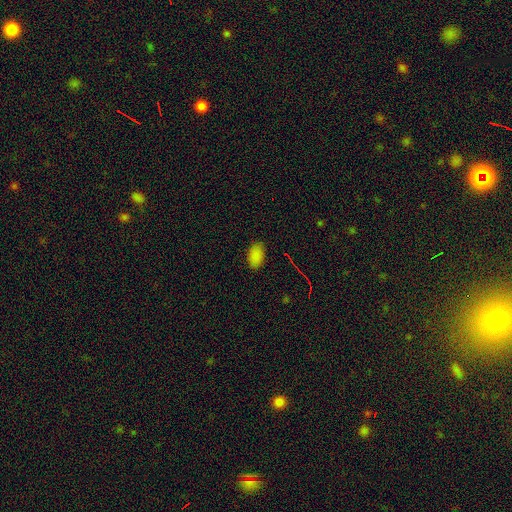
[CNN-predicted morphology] Q: Smooth or featured?
A: smooth (85%); runner-up: star or artifact (11%)
Q: How rounded?
A: in between (93%); runner-up: round (6%)
Q: Merging?
A: none (86%); runner-up: minor disturbance (10%)